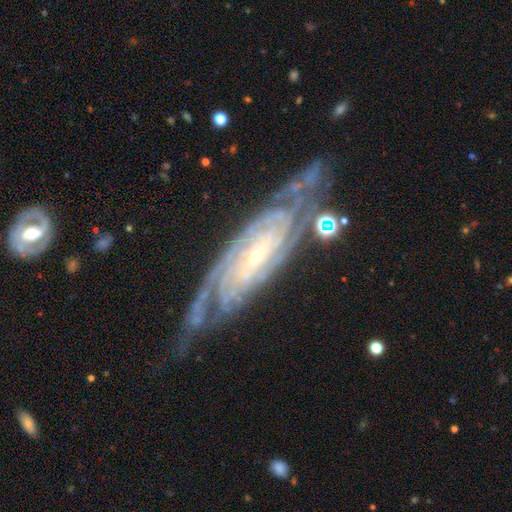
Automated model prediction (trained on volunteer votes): smooth_or_featured: featured or disk (p=0.90) [alt: star or artifact p=0.06]
disk_edge_on: no (p=0.89) [alt: yes p=0.11]
bar: no (p=0.41) [alt: weak p=0.36]
has_spiral_arms: yes (p=0.98) [alt: no p=0.02]
spiral_winding: tight (p=0.78) [alt: medium p=0.19]
spiral_arm_count: can't tell (p=0.26) [alt: 2 p=0.20]
bulge_size: small (p=0.73) [alt: moderate p=0.21]
merging: none (p=0.67) [alt: minor disturbance p=0.21]